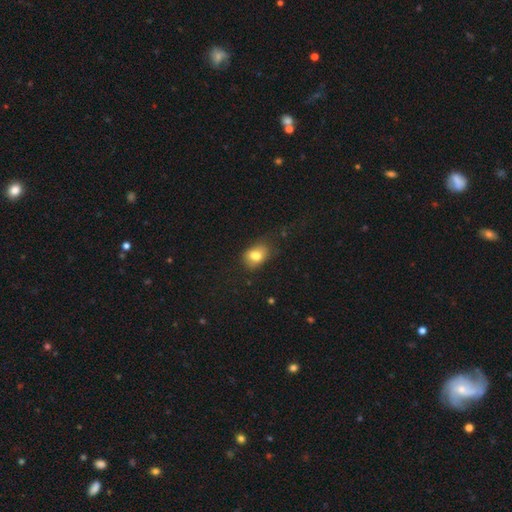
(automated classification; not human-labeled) Smooth or featured? smooth (78%)
How rounded? in between (70%)
Merging? none (56%)